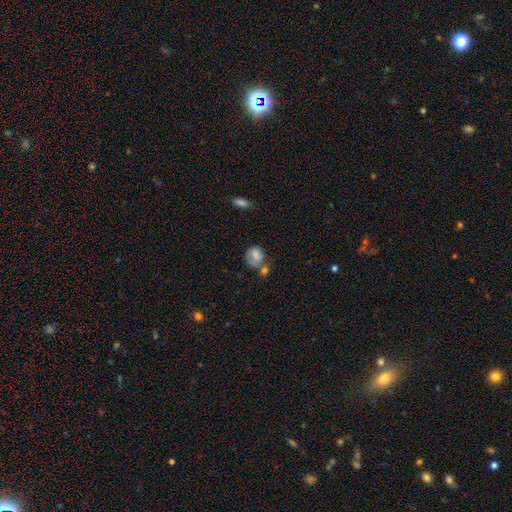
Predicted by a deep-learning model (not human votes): This is likely a smooth galaxy (75%). How rounded: possibly round (58%). Merging: marginally none (44%).